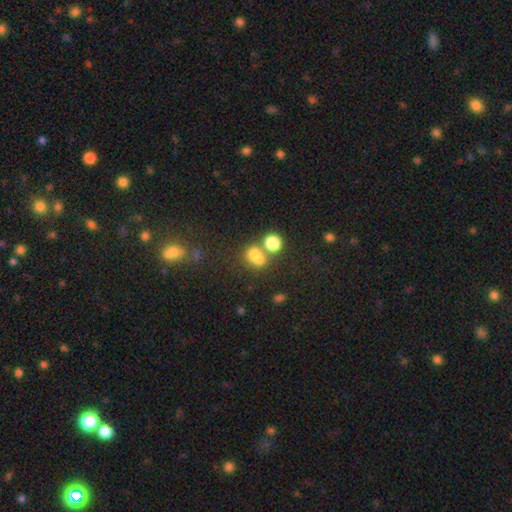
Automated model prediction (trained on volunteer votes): This appears to be a smooth galaxy with no disk features (69%) that is round (61%). Merging: merger (50%).